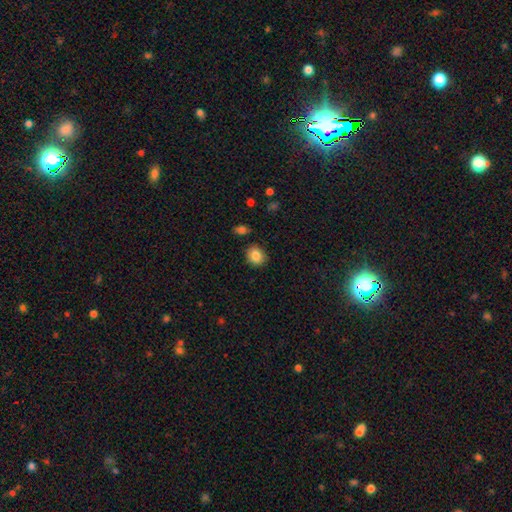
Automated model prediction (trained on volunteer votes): Smooth or featured? Predicted: smooth (p=0.85). How rounded? Predicted: round (p=0.71). Merging? Predicted: none (p=0.86).